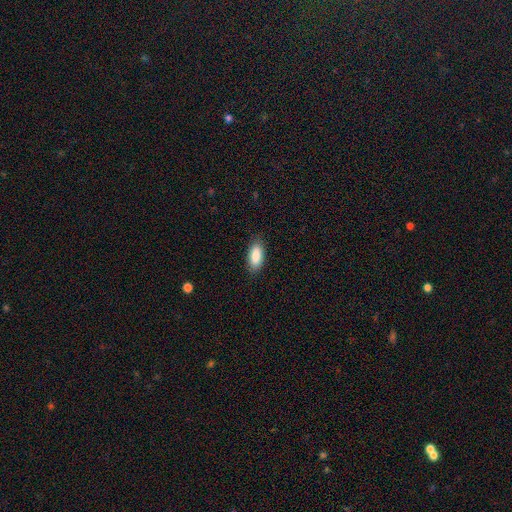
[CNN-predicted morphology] Overall: smooth (88%). How rounded: in between (83%). Merging: none (86%).